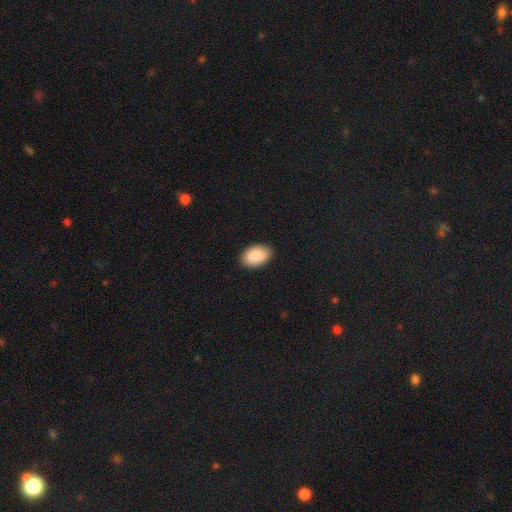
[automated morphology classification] Overall: smooth (91%). How rounded: in between (91%). Merging: none (87%).